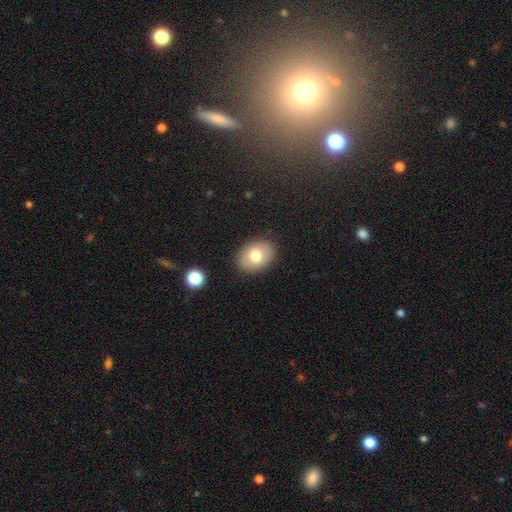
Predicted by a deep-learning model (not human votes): This is likely a smooth galaxy (76%). How rounded: likely in between (75%). Merging: clearly none (87%).